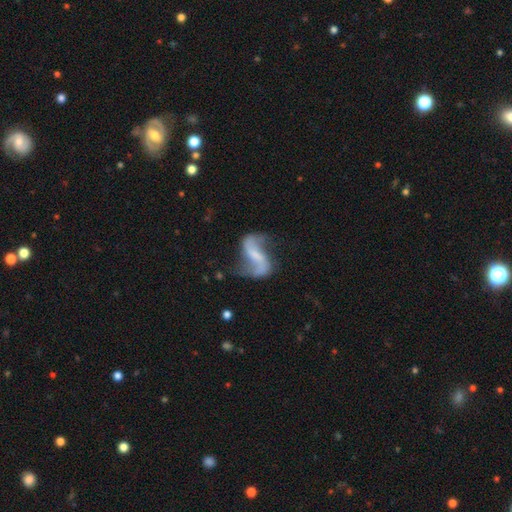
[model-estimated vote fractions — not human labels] smooth-or-featured: featured or disk: 85% | smooth: 9% | star or artifact: 6%
  disk-edge-on: no: 97% | yes: 3%
    bar: weak: 41% | strong: 35% | no: 24%
    has-spiral-arms: yes: 94% | no: 6%
      spiral-winding: loose: 79% | medium: 17% | tight: 4%
      spiral-arm-count: 2: 92% | 1: 3% | can't tell: 2% | 3: 1% | 4: 1% | more than 4: 1%
    bulge-size: none: 44% | small: 34% | moderate: 17% | large: 4% | dominant: 1%
  merging: none: 66% | minor disturbance: 18% | major disturbance: 13% | merger: 3%